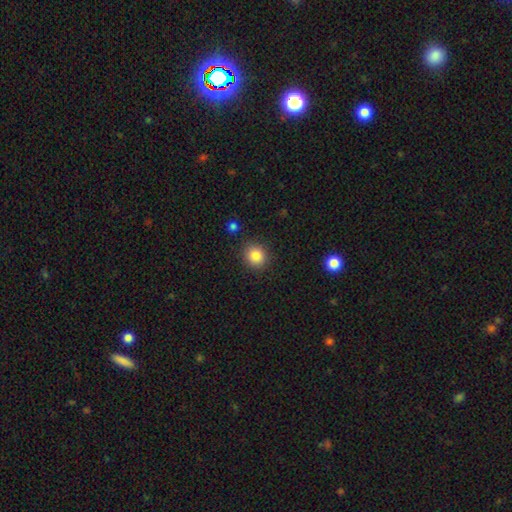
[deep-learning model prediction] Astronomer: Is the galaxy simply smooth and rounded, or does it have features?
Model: smooth — 85%.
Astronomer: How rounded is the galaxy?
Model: round — 85%.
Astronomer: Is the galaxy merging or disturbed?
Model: none — 88%.